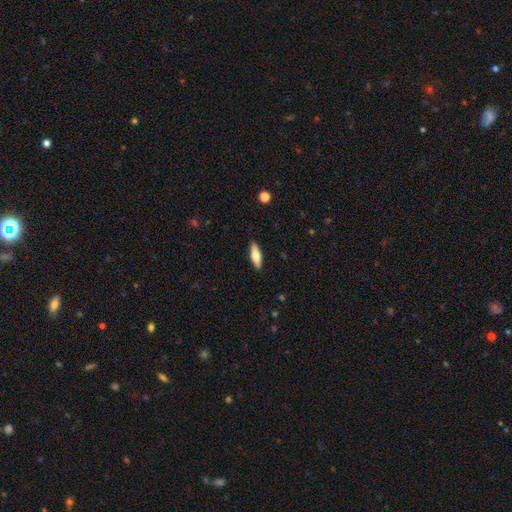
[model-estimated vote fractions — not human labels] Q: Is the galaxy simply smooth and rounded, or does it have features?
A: smooth — 62%.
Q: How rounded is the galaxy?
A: in between — 55%.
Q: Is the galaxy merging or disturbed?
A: none — 90%.